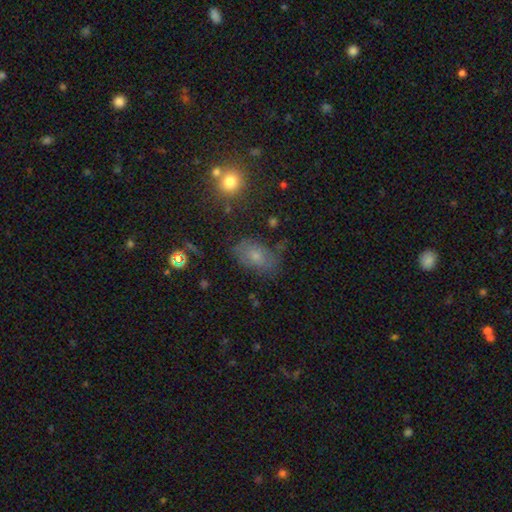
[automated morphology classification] The model was most divided on "smooth or featured": smooth: 63%, featured or disk: 22%, star or artifact: 16%. More confident: how rounded — in between (85%); merging — none (66%).